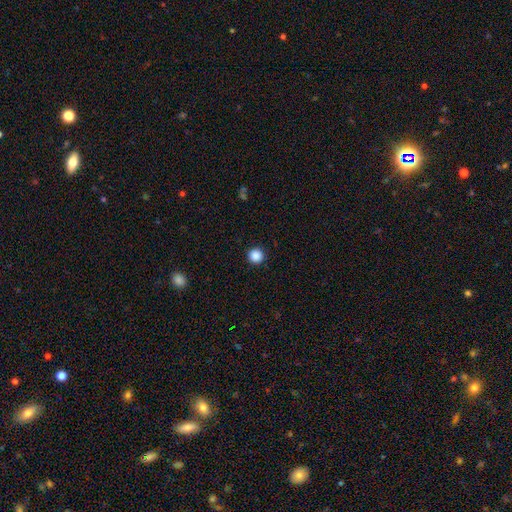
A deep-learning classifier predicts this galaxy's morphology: type=smooth (87%); roundness=round (96%); merging=none (93%).